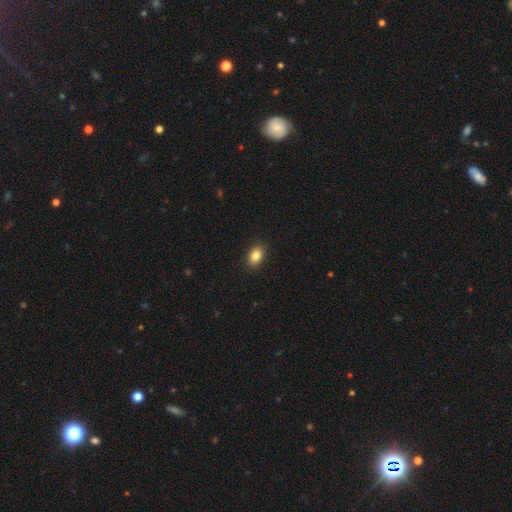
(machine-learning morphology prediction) smooth_or_featured: smooth (p=0.85) [alt: star or artifact p=0.08]
how_rounded: in between (p=0.85) [alt: round p=0.13]
merging: none (p=0.90) [alt: minor disturbance p=0.07]